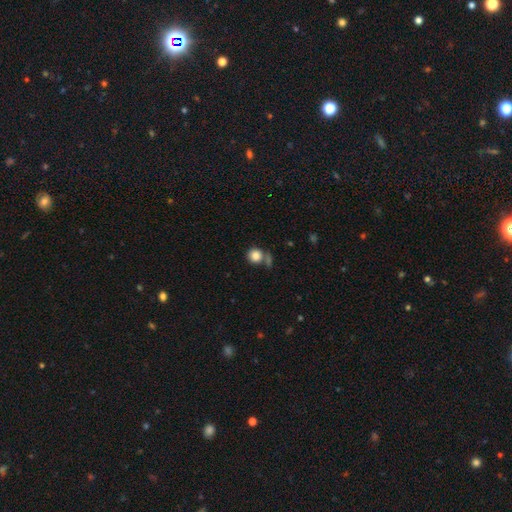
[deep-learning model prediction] Smooth or featured? Predicted: smooth (p=0.84). How rounded? Predicted: round (p=0.89). Merging? Predicted: none (p=0.61).